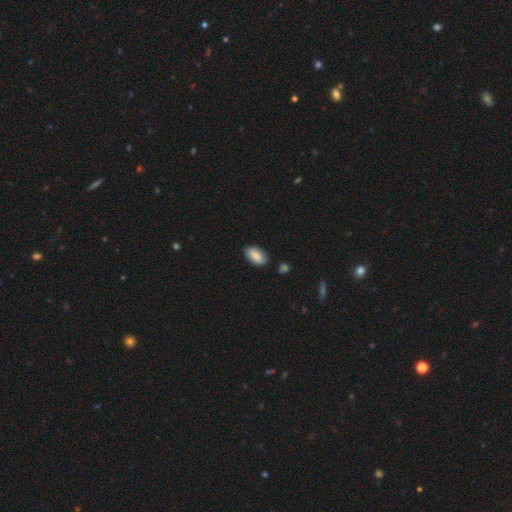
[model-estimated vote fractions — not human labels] Smooth or featured?
  - smooth: 87% *
  - star or artifact: 7%
  - featured or disk: 6%
How rounded?
  - in between: 94% *
  - round: 3%
  - cigar-shaped: 3%
Merging?
  - none: 84% *
  - minor disturbance: 11%
  - merger: 3%
  - major disturbance: 2%